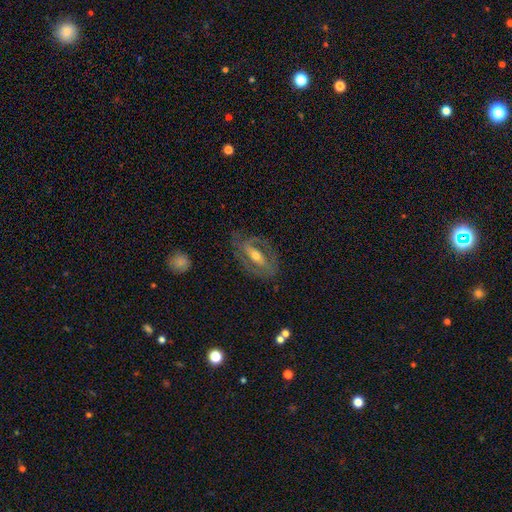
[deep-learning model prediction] A featured or disk galaxy (78%) with a strong bar (48%), 2 (67%) tight (46%) spiral arms (74%) and a moderate central bulge (59%). Merging: none (74%).